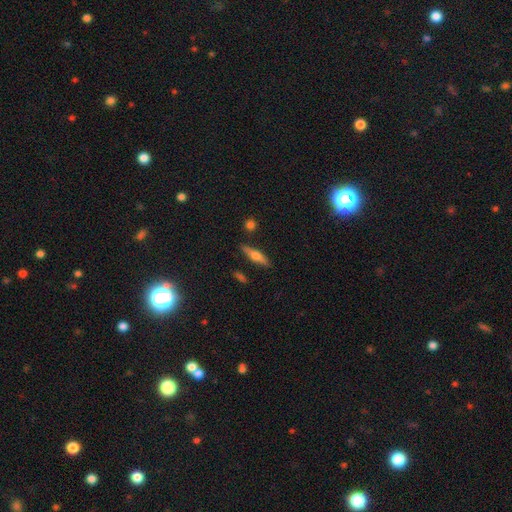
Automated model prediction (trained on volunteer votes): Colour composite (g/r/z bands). It shows a featured or disk galaxy (52%) viewed edge-on (93%). Merging: none (85%).